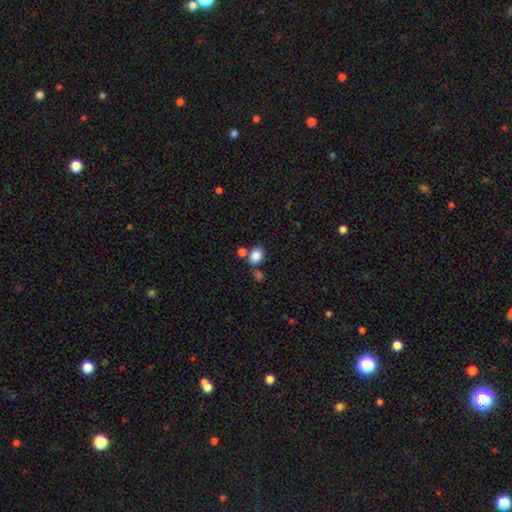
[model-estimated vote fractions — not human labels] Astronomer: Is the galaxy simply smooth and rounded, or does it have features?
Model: smooth — 85%.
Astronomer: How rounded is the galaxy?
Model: in between — 67%.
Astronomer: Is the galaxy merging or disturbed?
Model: none — 60%.